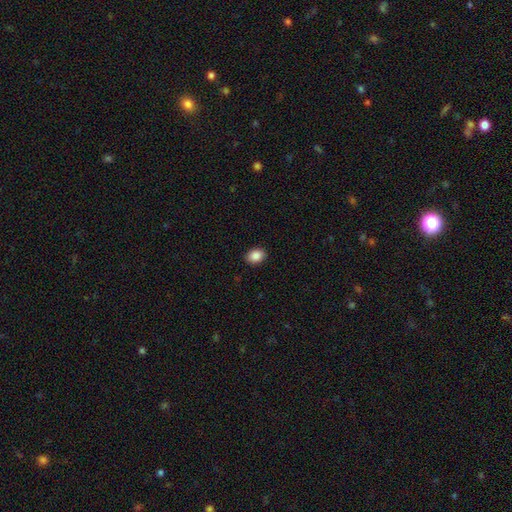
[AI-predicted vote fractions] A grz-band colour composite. It shows a smooth galaxy with no disk features (88%) that is in between round and cigar-shaped (65%). Merging: none (89%).